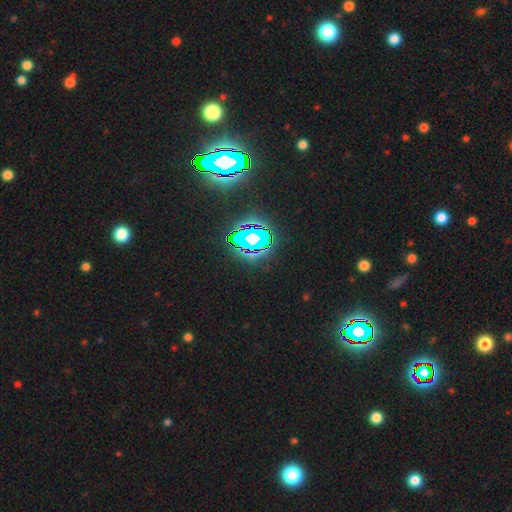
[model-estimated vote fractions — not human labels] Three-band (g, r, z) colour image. It shows a star or artifact, not a galaxy (84%).